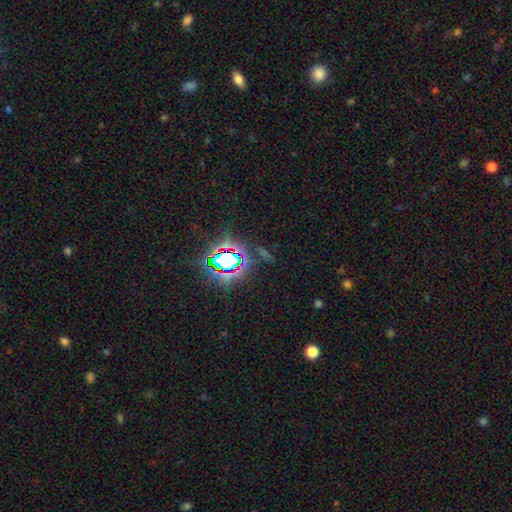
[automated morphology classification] This is likely a star or artifact rather than a galaxy (80%).